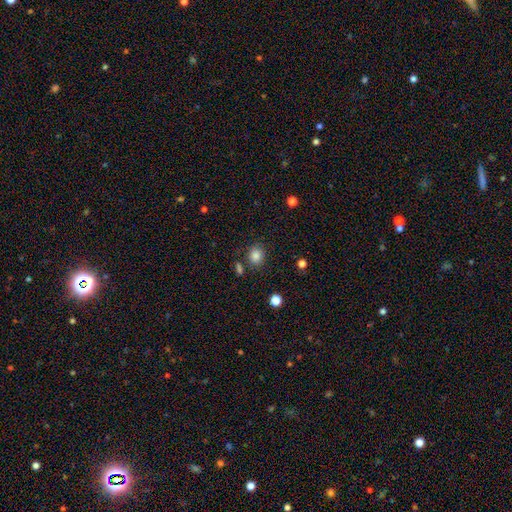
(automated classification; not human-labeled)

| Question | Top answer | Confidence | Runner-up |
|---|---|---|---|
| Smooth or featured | smooth | 84% | star or artifact (11%) |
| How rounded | round | 70% | in between (29%) |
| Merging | none | 80% | minor disturbance (10%) |